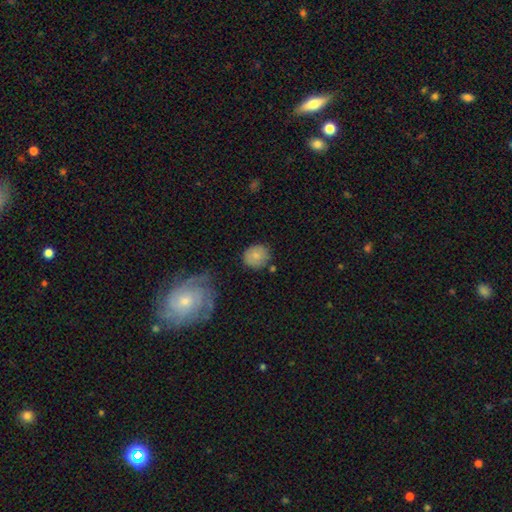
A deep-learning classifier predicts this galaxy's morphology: smooth 78%, featured or disk 14%, star or artifact 8%. Down the decision tree: how rounded — round (83%); merging — none (75%).